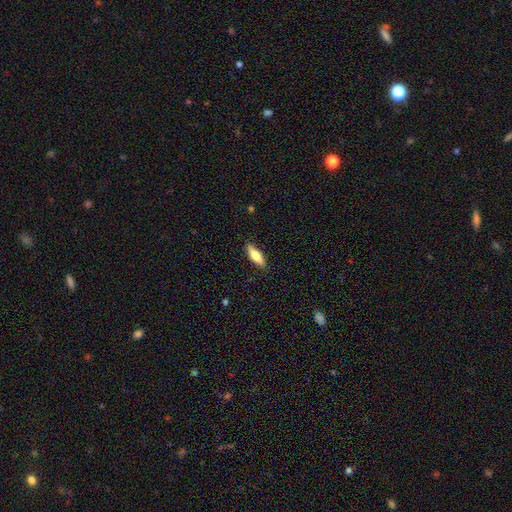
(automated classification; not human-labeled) Smooth or featured? smooth (69%)
How rounded? in between (49%, tied with cigar-shaped)
Merging? none (87%)